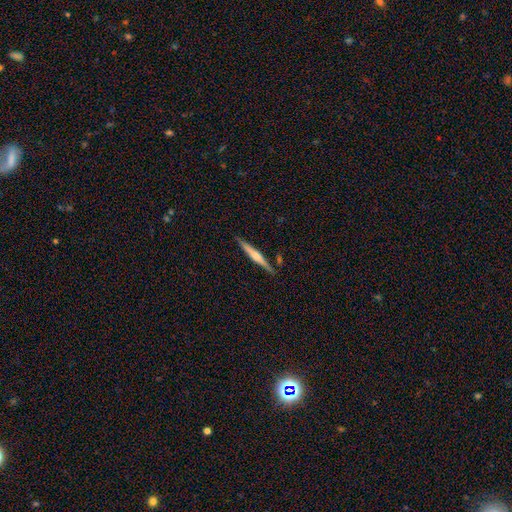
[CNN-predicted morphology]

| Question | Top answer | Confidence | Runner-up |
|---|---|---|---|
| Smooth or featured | featured or disk | 60% | smooth (34%) |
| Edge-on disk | yes | 98% | no (2%) |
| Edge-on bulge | rounded | 66% | none (17%) |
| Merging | none | 87% | minor disturbance (9%) |